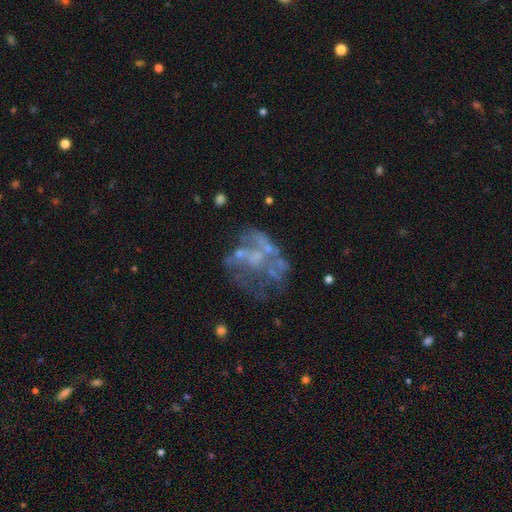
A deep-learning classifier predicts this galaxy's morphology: Smooth or featured? Predicted: featured or disk (p=0.70). Edge-on disk? Predicted: no (p=0.98). Bar? Predicted: no (p=0.86). Spiral arms? Predicted: no (p=0.85). Bulge size? Predicted: none (p=0.68). Merging? Predicted: none (p=0.38).